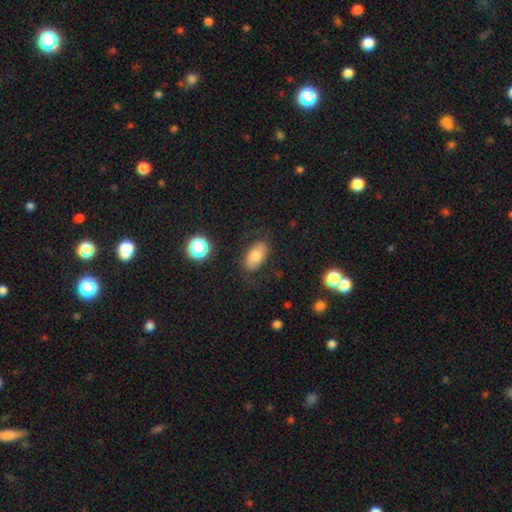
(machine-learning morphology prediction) The model was most divided on "smooth or featured": smooth: 68%, featured or disk: 22%, star or artifact: 10%. More confident: how rounded — in between (91%); merging — none (77%).